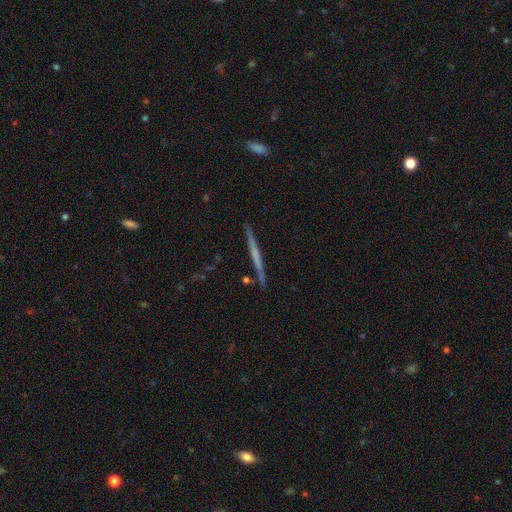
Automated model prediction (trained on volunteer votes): Q: Smooth or featured?
A: featured or disk (60%); runner-up: smooth (35%)
Q: Edge-on disk?
A: yes (98%); runner-up: no (2%)
Q: Edge-on bulge?
A: none (81%); runner-up: rounded (12%)
Q: Merging?
A: none (90%); runner-up: minor disturbance (7%)